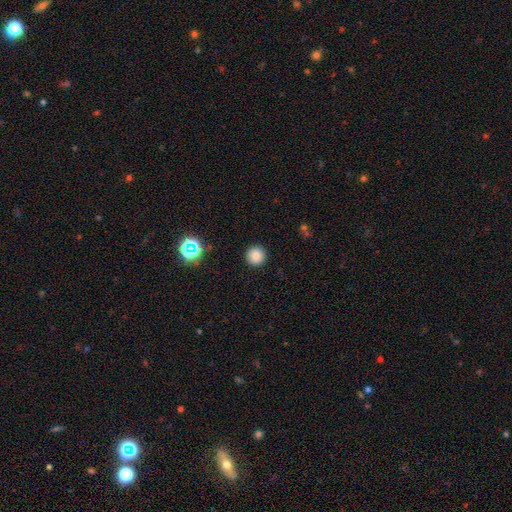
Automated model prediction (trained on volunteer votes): smooth 82%, star or artifact 13%, featured or disk 5%. Down the decision tree: how rounded — round (95%); merging — none (92%).